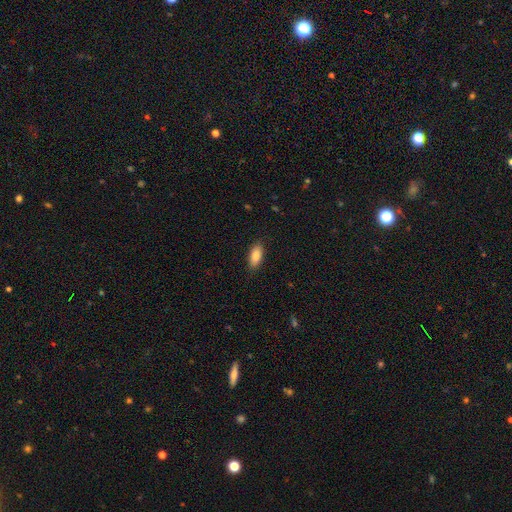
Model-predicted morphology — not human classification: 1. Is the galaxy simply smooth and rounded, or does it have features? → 86% smooth, 7% featured or disk, 7% star or artifact.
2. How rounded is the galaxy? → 86% in between, 11% cigar-shaped, 2% round.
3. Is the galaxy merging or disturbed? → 87% none, 10% minor disturbance, 2% major disturbance, 1% merger.